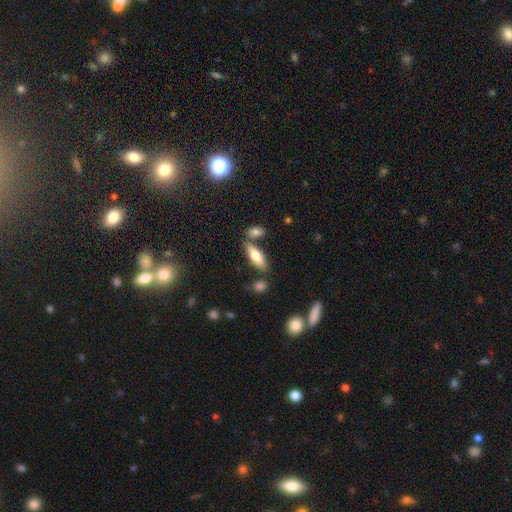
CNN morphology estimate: Overall: smooth (66%; featured or disk 28%). How rounded: in between (62%; cigar-shaped 36%). Merging: none (72%).